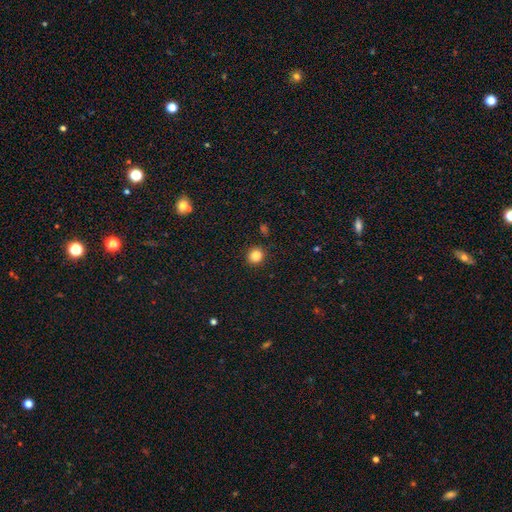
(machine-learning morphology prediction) type=smooth (84%); roundness=round (91%); merging=none (90%).